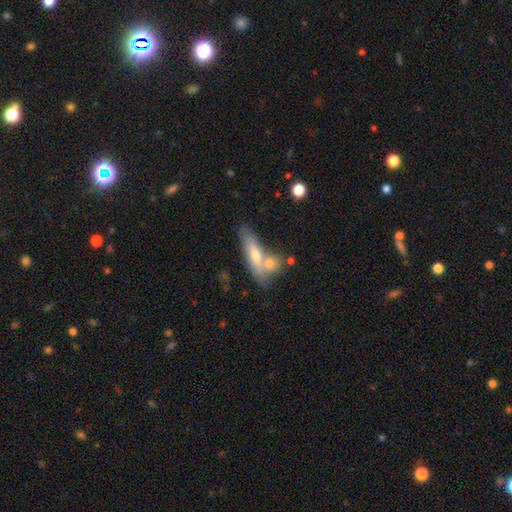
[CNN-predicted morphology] This appears to be a smooth galaxy with no disk features (58%) that is cigar-shaped (62%). Merging: none (45%).